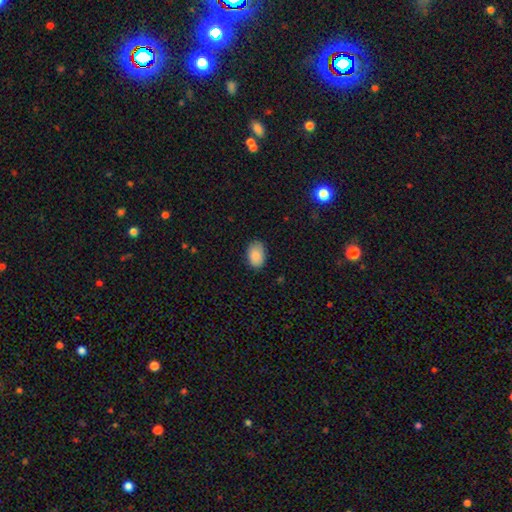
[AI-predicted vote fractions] Smooth or featured? smooth (88%)
How rounded? in between (87%)
Merging? none (80%)